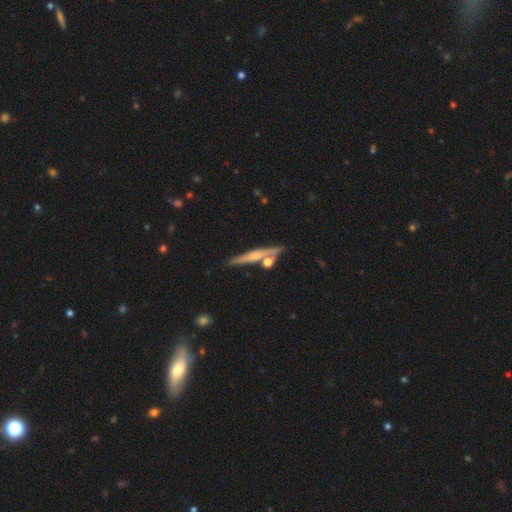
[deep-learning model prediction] This appears to be a featured or disk galaxy (55%) viewed edge-on (94%) with a rounded central bulge (57%). Merging: none (76%).